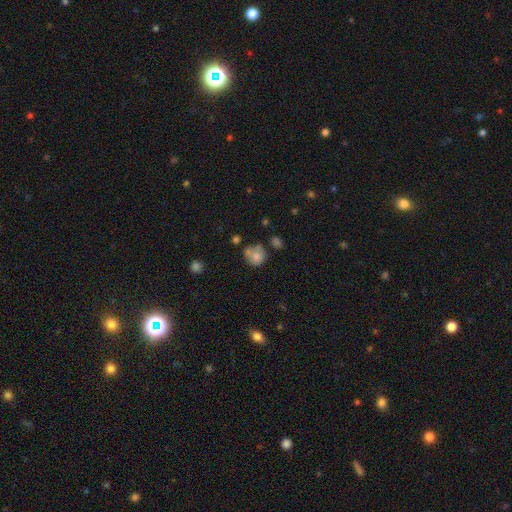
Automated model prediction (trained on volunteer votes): A smooth galaxy with no disk features (74%) that is round (76%).

Vote fractions:
- Smooth or featured? smooth: 74% / featured or disk: 16% / star or artifact: 10%
- How rounded? round: 76% / in between: 23% / cigar-shaped: 1%
- Merging? none: 45% / minor disturbance: 25% / merger: 18% / major disturbance: 12%